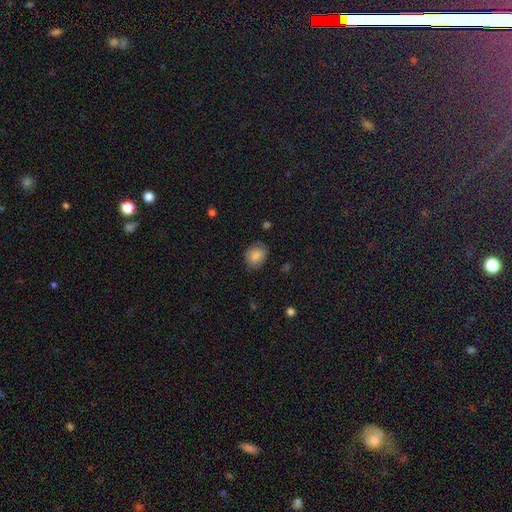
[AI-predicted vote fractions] Smooth or featured: smooth — 81% (featured or disk — 11%)
How rounded: in between — 59% (round — 40%)
Merging: none — 76% (minor disturbance — 19%)